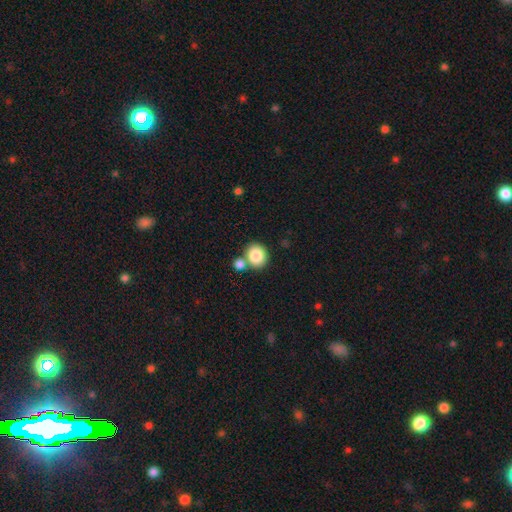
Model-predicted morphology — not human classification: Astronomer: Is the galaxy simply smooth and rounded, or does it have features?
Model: smooth — 85%.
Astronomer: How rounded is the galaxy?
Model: round — 77%.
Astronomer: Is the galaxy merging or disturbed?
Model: none — 62%.